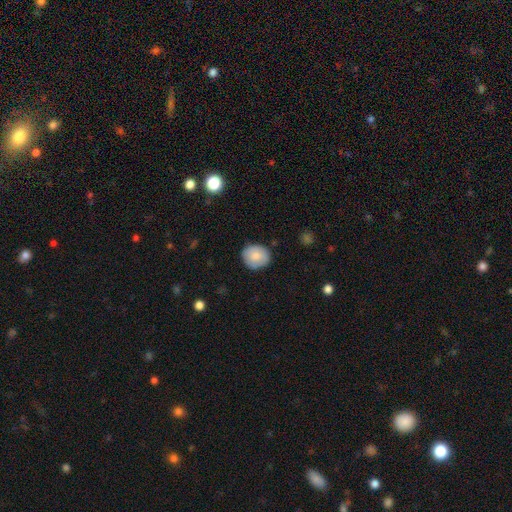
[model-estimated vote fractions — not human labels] smooth-or-featured: smooth: 81% | featured or disk: 12% | star or artifact: 7%
  how-rounded: round: 78% | in between: 21% | cigar-shaped: 1%
  merging: none: 84% | minor disturbance: 12% | major disturbance: 2% | merger: 1%